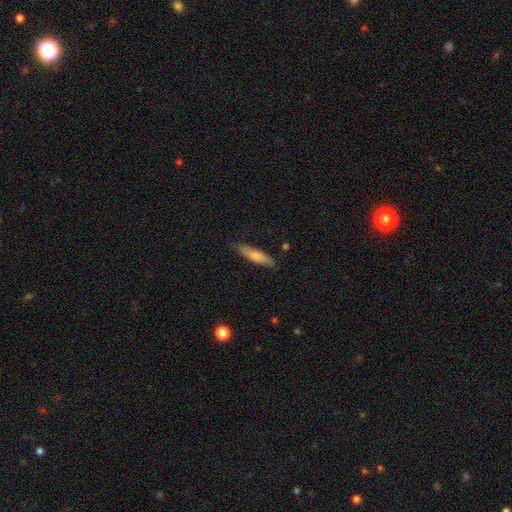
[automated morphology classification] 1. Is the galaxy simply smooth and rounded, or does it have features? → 73% smooth, 21% featured or disk, 6% star or artifact.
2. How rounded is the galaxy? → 70% cigar-shaped, 28% in between, 2% round.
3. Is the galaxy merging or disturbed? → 84% none, 12% minor disturbance, 2% major disturbance, 1% merger.